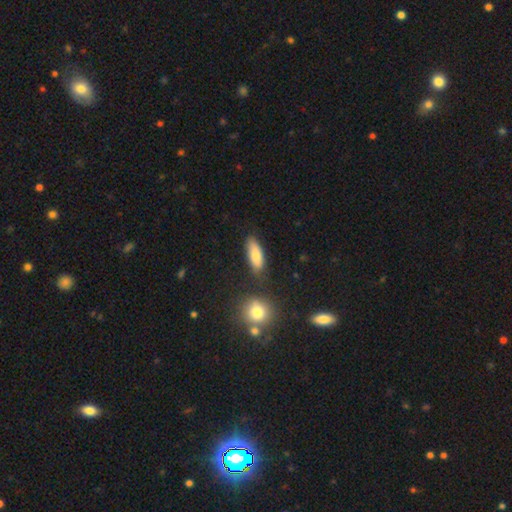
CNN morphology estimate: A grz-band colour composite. It shows a smooth galaxy with no disk features (83%) that is in between round and cigar-shaped (68%). Merging: none (74%).